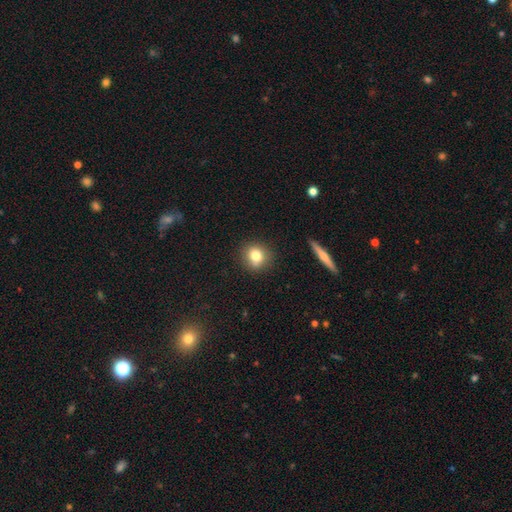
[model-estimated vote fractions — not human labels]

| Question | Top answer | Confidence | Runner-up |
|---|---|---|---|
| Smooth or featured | smooth | 79% | star or artifact (11%) |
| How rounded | round | 83% | in between (16%) |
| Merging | none | 83% | minor disturbance (11%) |